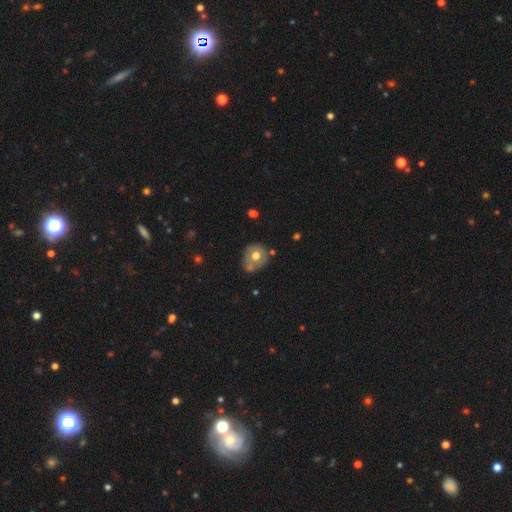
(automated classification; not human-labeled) The model was most divided on "smooth or featured": smooth: 58%, featured or disk: 34%, star or artifact: 8%. More confident: how rounded — round (74%); merging — none (57%).